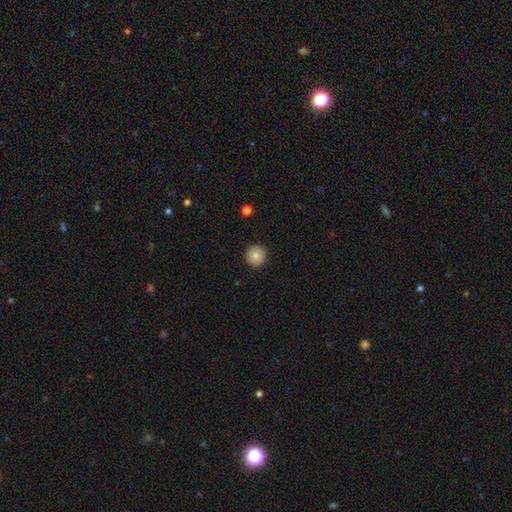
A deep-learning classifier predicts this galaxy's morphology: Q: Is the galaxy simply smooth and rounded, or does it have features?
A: smooth — 85%.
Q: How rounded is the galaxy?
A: round — 96%.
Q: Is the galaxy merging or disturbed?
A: none — 92%.